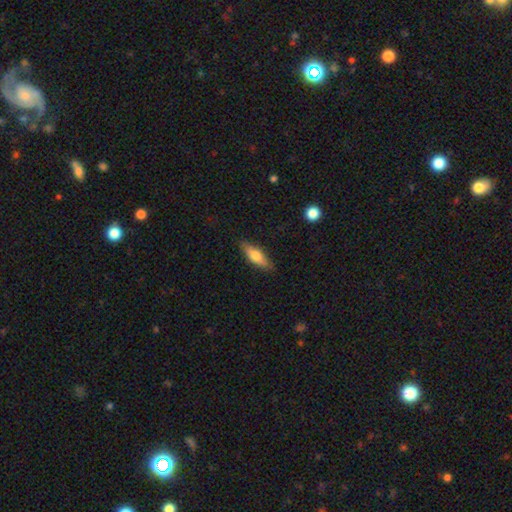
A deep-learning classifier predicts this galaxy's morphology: The model was most divided on "how rounded": cigar-shaped: 49%, in between: 48%, round: 3%. More confident: merging — none (84%); smooth or featured — smooth (62%).